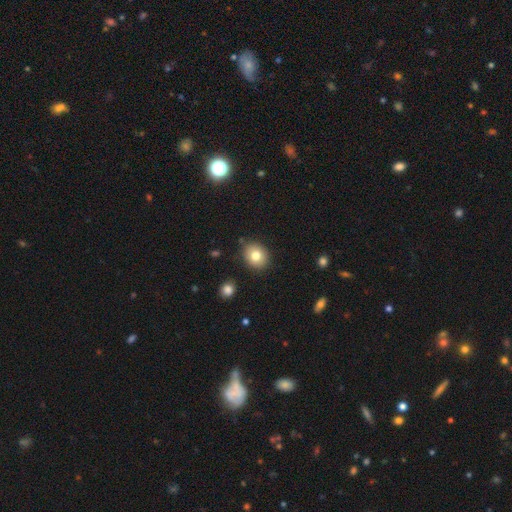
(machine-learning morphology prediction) This appears to be a smooth galaxy with no disk features (79%) that is round (67%). Merging: none (88%).